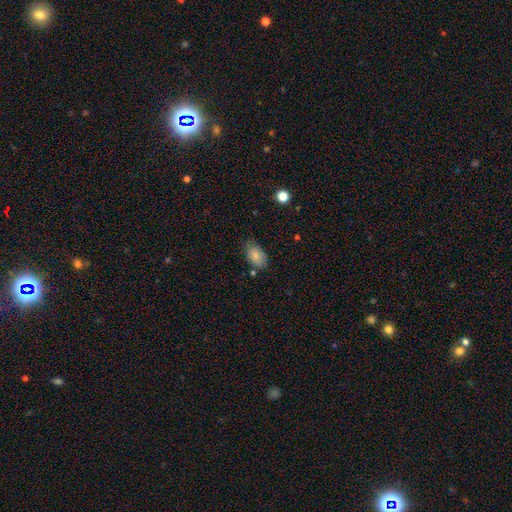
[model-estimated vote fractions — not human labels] Overall: smooth (84%). How rounded: in between (92%). Merging: none (69%).